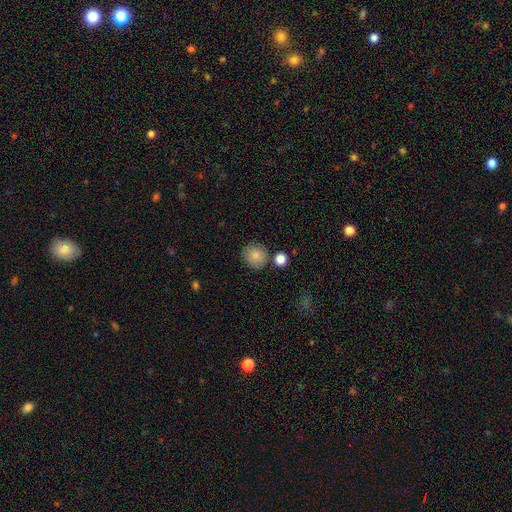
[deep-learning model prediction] Overall: smooth (85%). How rounded: round (89%). Merging: none (81%).